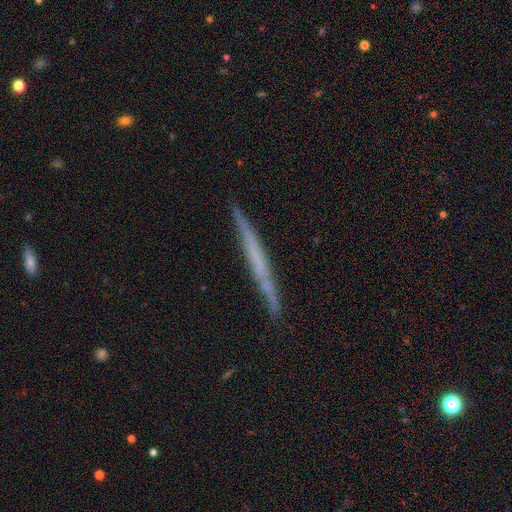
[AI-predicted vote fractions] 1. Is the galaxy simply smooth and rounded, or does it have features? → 53% featured or disk, 40% smooth, 7% star or artifact.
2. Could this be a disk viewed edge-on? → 96% yes, 4% no.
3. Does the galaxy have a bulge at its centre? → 88% none, 6% rounded, 5% boxy.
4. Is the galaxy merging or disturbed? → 87% none, 10% minor disturbance, 2% major disturbance, 2% merger.